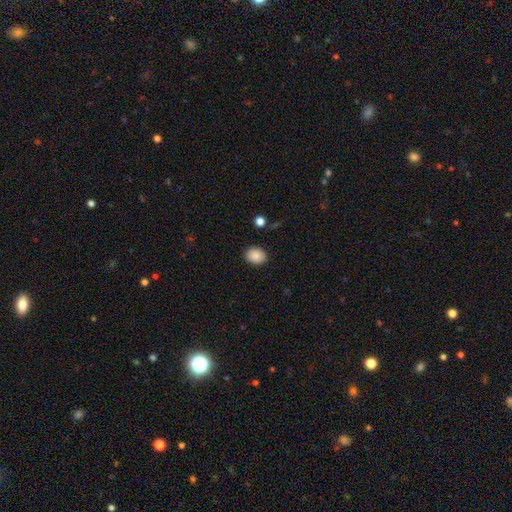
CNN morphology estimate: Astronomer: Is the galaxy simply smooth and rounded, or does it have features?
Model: smooth — 86%.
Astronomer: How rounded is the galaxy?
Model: in between — 56% (runner-up: round, 43%).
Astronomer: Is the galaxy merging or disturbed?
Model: none — 88%.